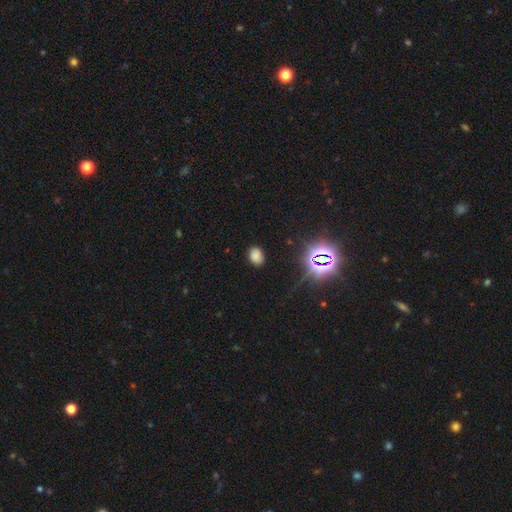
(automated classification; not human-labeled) A smooth galaxy with no disk features (75%) that is in between round and cigar-shaped (74%). Merging: none (84%).